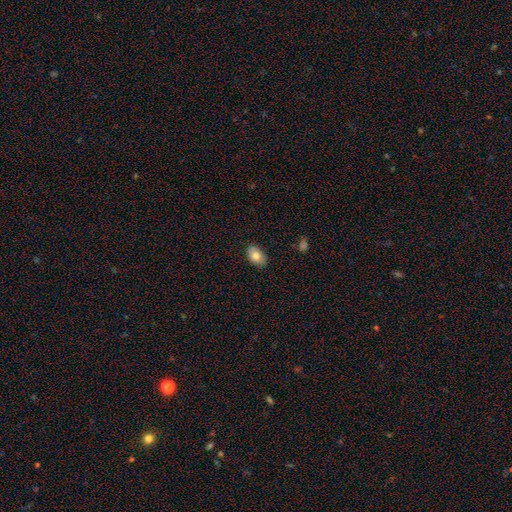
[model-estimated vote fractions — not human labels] Smooth or featured? smooth (79%)
How rounded? in between (88%)
Merging? none (87%)